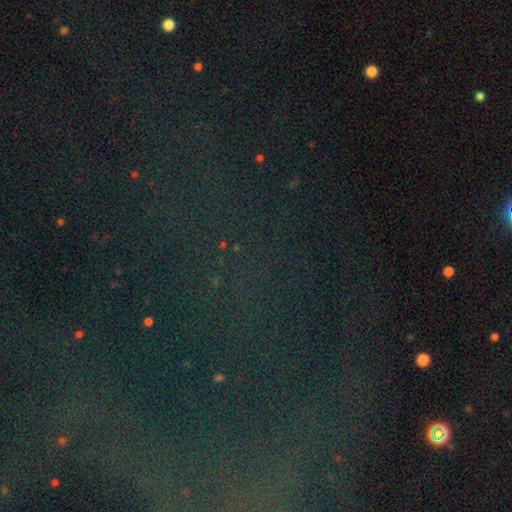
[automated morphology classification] smooth_or_featured: star or artifact (p=0.81) [alt: smooth p=0.11]